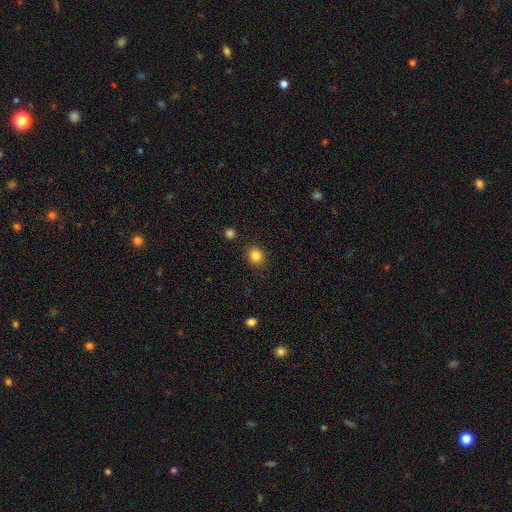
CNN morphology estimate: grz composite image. It shows a smooth galaxy with no disk features (84%) that is round (74%). Merging: none (87%).